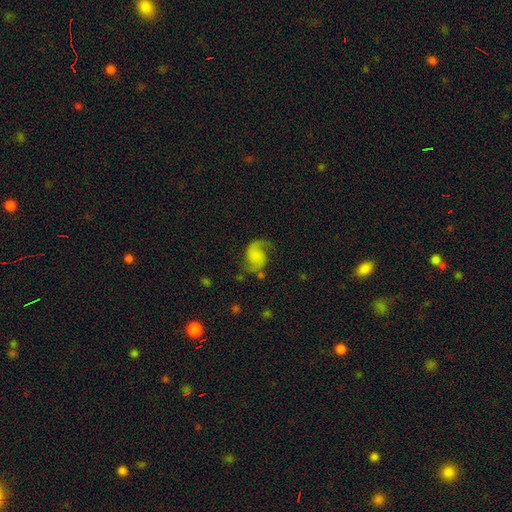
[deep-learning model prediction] The model was most divided on "spiral winding": loose: 53%, medium: 38%, tight: 9%. More confident: edge-on disk — no (98%); spiral arms — yes (96%); spiral arm count — 2 (90%); smooth or featured — featured or disk (76%); bar — no (66%); merging — none (65%); bulge size — none (51%).